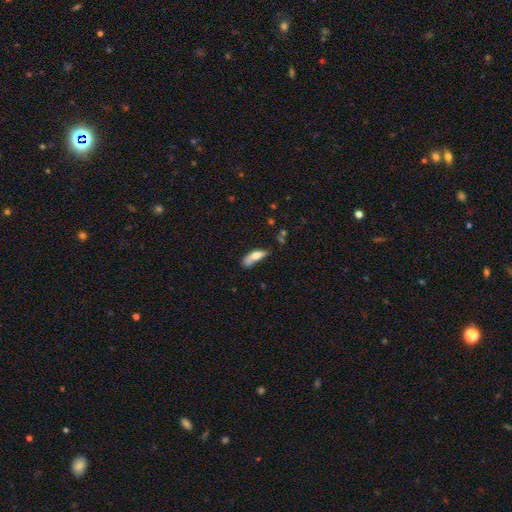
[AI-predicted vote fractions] A smooth galaxy with no disk features (71%) that is in between round and cigar-shaped (58%). Merging: none (41%).